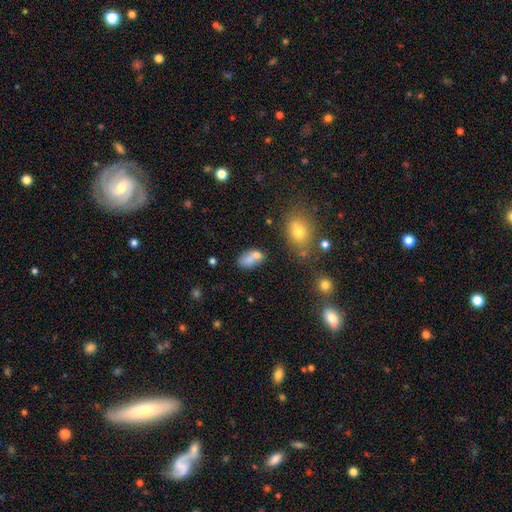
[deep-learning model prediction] This appears to be a smooth galaxy with no disk features (74%) that is in between round and cigar-shaped (84%). Merging: none (40%).